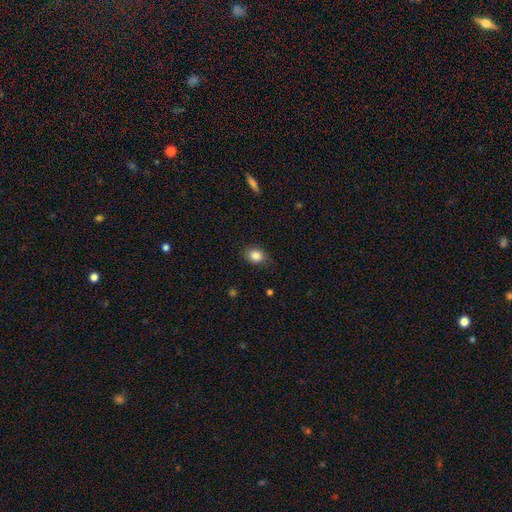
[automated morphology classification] smooth 85%, star or artifact 9%, featured or disk 6%. Down the decision tree: how rounded — in between (50%); merging — none (79%).